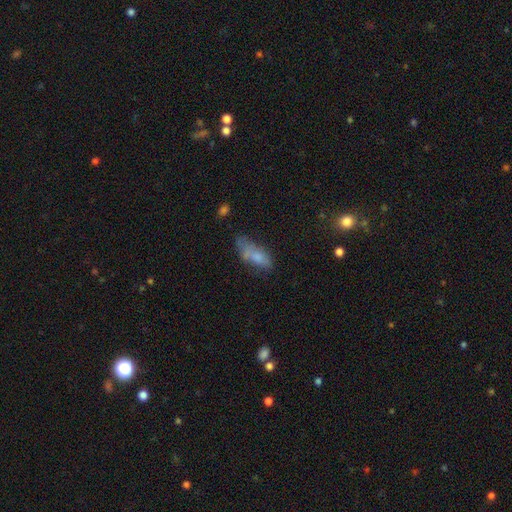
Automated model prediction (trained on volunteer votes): The model was most divided on "merging": none: 36%, minor disturbance: 31%, major disturbance: 22%, merger: 12%. More confident: how rounded — in between (75%); smooth or featured — smooth (68%).